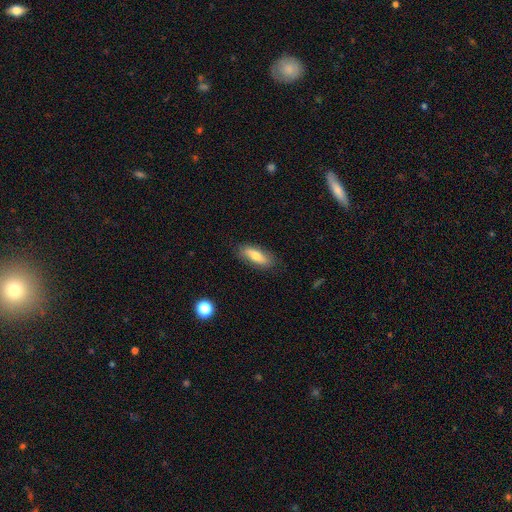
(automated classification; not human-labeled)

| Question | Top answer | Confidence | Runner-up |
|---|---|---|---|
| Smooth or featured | smooth | 67% | featured or disk (26%) |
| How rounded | in between | 69% | cigar-shaped (28%) |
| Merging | none | 82% | minor disturbance (14%) |